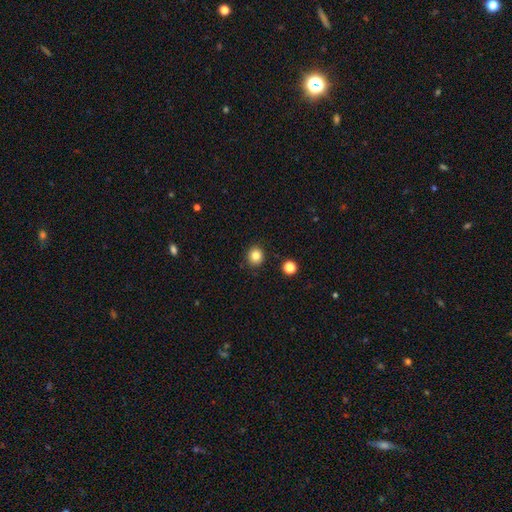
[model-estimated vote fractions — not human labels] Smooth or featured? smooth (83%)
How rounded? round (87%)
Merging? none (90%)